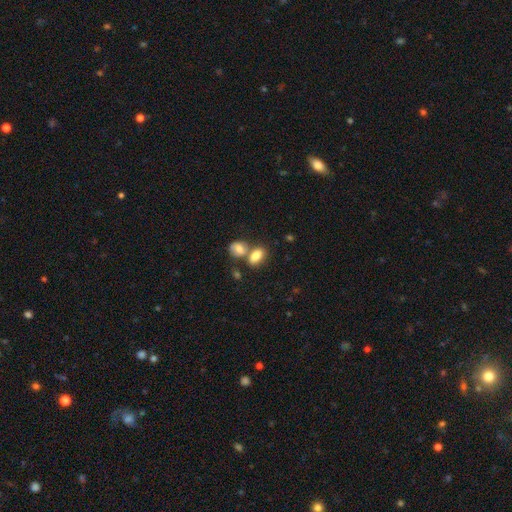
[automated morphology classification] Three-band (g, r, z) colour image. It shows a smooth galaxy with no disk features (83%) that is in between round and cigar-shaped (85%). Merging: none (44%).